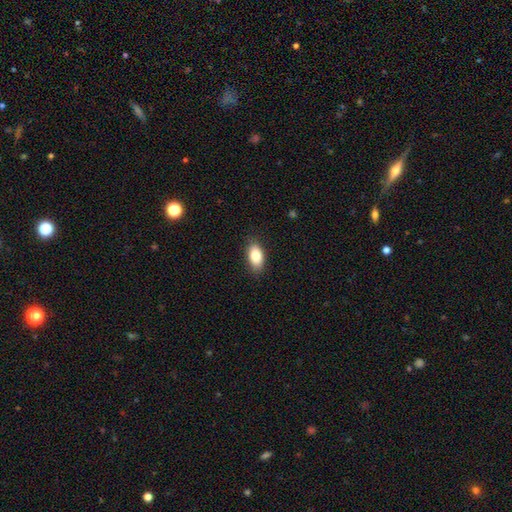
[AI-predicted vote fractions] This appears to be a smooth galaxy with no disk features (83%) that is in between round and cigar-shaped (91%). Merging: none (87%).